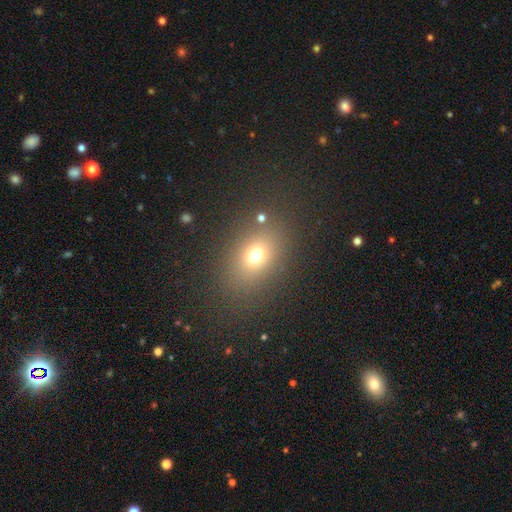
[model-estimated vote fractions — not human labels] A smooth galaxy with no disk features (70%) that is in between round and cigar-shaped (62%).

Vote fractions:
- Smooth or featured? smooth: 70% / star or artifact: 19% / featured or disk: 12%
- How rounded? in between: 62% / round: 36% / cigar-shaped: 2%
- Merging? none: 80% / minor disturbance: 10% / major disturbance: 6% / merger: 4%